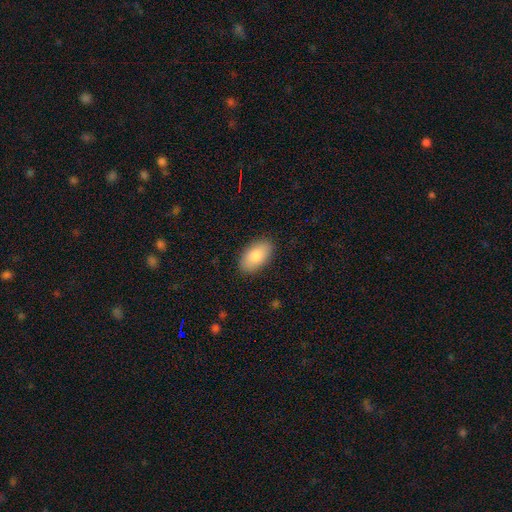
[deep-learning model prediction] This appears to be a smooth galaxy with no disk features (85%) that is in between round and cigar-shaped (94%). Merging: none (87%).